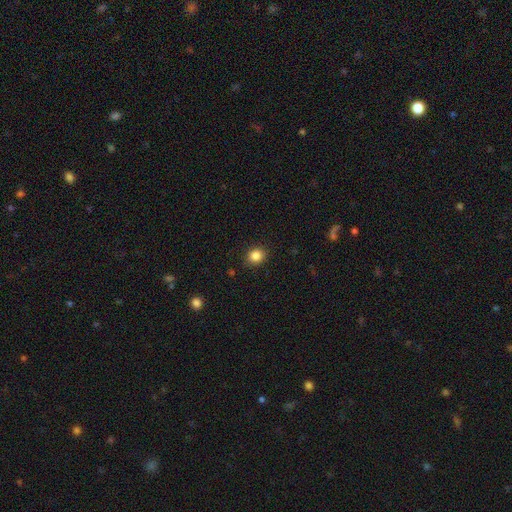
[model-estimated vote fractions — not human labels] Smooth or featured? smooth (85%)
How rounded? round (68%)
Merging? none (89%)